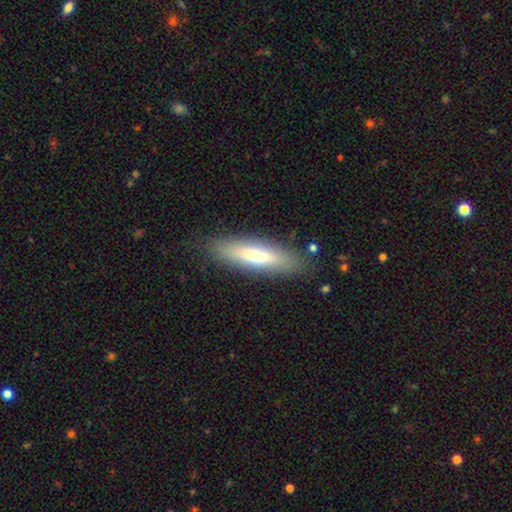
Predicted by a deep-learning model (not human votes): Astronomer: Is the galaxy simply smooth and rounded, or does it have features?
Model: smooth — 61%.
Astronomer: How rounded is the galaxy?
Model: cigar-shaped — 65%.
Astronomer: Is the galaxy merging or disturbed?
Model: none — 84%.